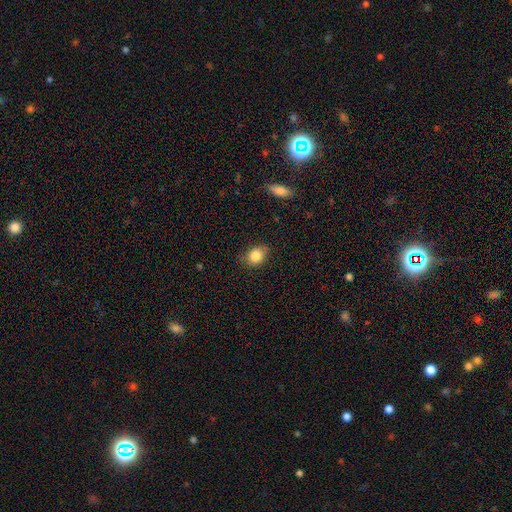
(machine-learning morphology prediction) This is clearly a smooth galaxy (84%). How rounded: likely in between (60%). Merging: likely none (78%).